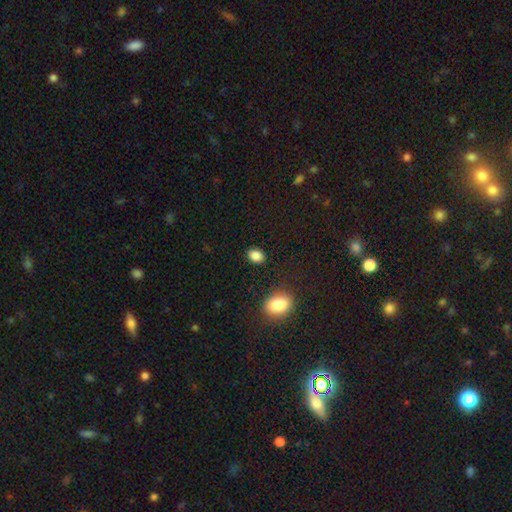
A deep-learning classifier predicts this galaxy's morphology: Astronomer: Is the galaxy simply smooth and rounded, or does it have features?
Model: smooth — 87%.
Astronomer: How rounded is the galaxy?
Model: in between — 68%.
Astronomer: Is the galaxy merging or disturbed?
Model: none — 87%.